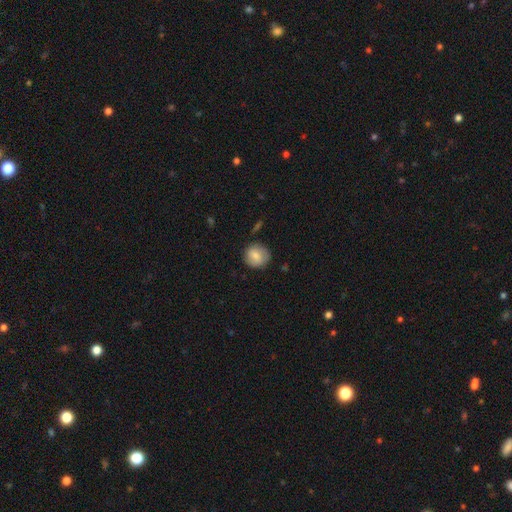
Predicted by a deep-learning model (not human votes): Overall: smooth (79%). How rounded: round (86%). Merging: none (80%).